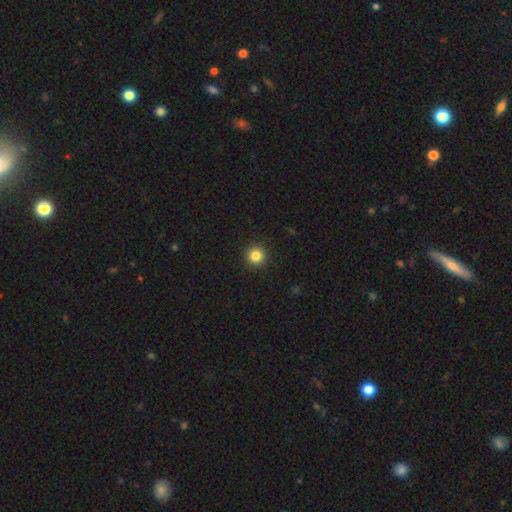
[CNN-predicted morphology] This appears to be a smooth galaxy with no disk features (84%) that is round (95%). Merging: none (93%).